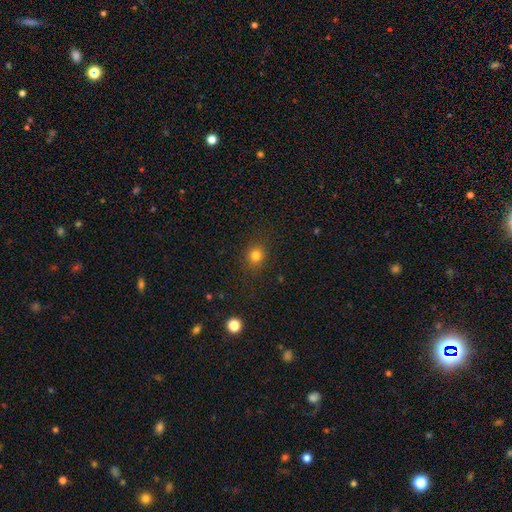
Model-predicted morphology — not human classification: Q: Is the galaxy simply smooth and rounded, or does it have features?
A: smooth — 80%.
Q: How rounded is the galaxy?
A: round — 79%.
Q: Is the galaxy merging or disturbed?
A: none — 86%.